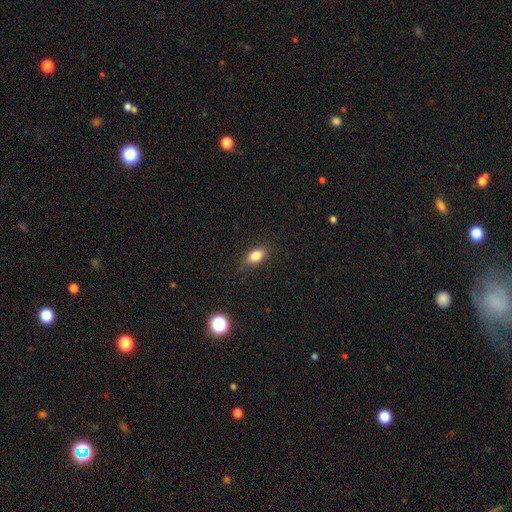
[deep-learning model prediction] Overall: smooth (82%). How rounded: in between (84%). Merging: none (83%).